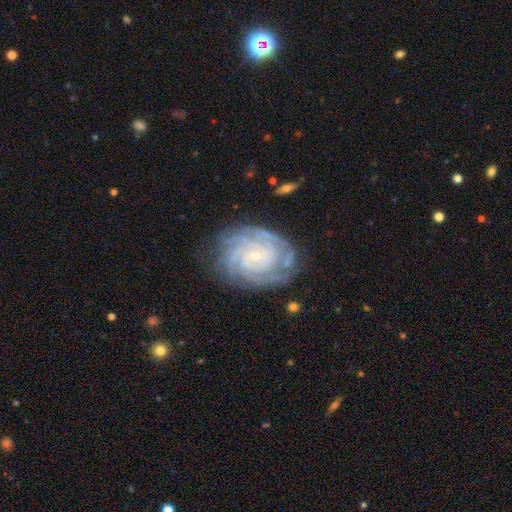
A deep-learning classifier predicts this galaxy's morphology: The model was most divided on "spiral arm count": 4: 31%, can't tell: 21%, 3: 17%, more than 4: 14%, 2: 10%, 1: 6%. More confident: spiral arms — yes (98%); edge-on disk — no (97%); smooth or featured — featured or disk (87%); bulge size — small (83%); spiral winding — tight (79%); merging — none (76%); bar — no (66%).